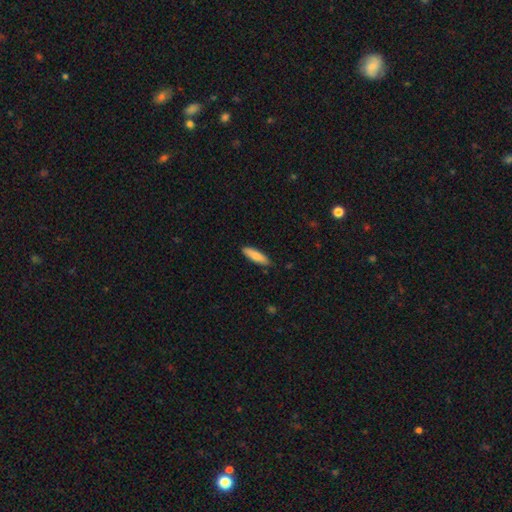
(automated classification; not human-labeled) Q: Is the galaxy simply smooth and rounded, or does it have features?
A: smooth — 82%.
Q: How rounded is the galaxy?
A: cigar-shaped — 60%.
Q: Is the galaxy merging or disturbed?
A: none — 86%.